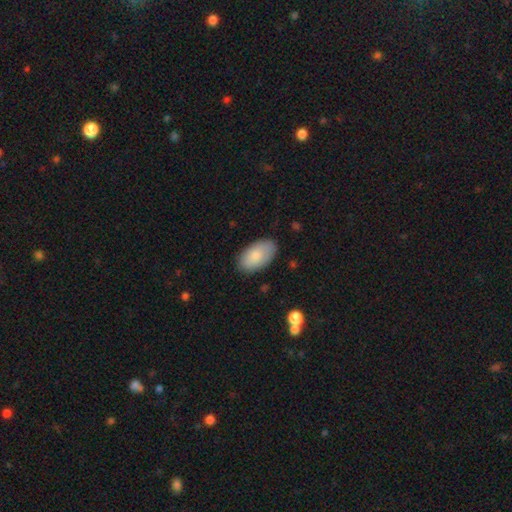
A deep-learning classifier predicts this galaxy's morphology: Smooth or featured?
  - smooth: 81% *
  - featured or disk: 13%
  - star or artifact: 6%
How rounded?
  - in between: 95% *
  - round: 3%
  - cigar-shaped: 1%
Merging?
  - none: 84% *
  - minor disturbance: 13%
  - major disturbance: 3%
  - merger: 1%